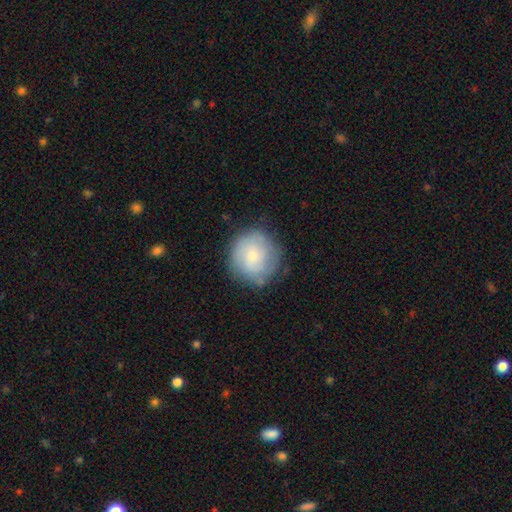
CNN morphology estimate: smooth-or-featured: smooth: 57% | featured or disk: 36% | star or artifact: 7%
  how-rounded: round: 88% | in between: 11% | cigar-shaped: 1%
  merging: none: 73% | minor disturbance: 19% | major disturbance: 6% | merger: 2%